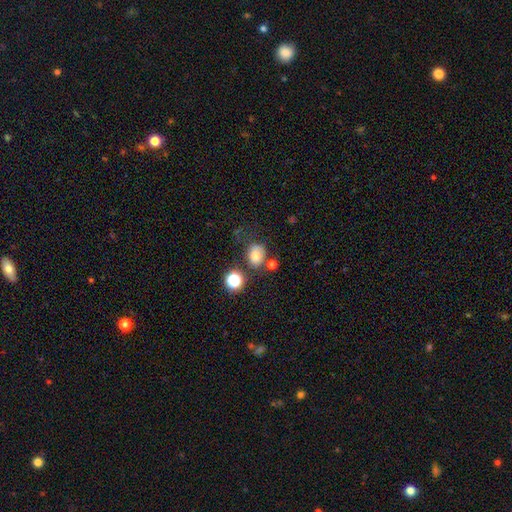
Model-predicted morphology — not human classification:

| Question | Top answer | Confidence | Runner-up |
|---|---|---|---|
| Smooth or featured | smooth | 72% | star or artifact (15%) |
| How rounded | round | 51% | in between (48%) |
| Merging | none | 62% | minor disturbance (18%) |